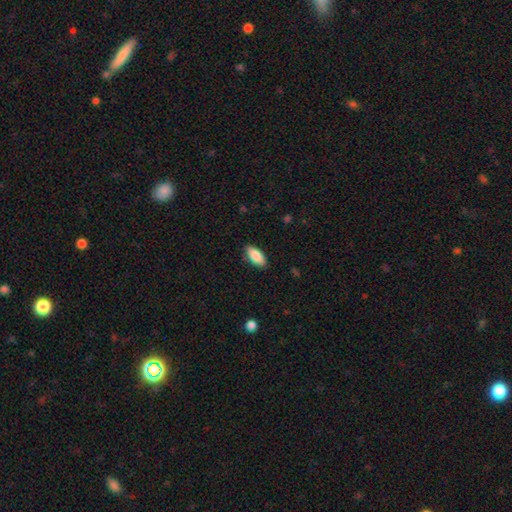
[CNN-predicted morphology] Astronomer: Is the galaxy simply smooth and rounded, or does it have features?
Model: smooth — 87%.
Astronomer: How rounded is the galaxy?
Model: in between — 88%.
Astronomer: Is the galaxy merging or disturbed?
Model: none — 87%.